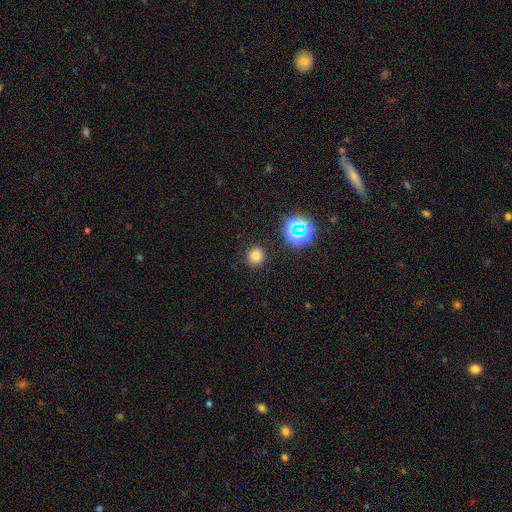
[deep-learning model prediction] Overall: smooth (74%). How rounded: round (93%). Merging: none (90%).